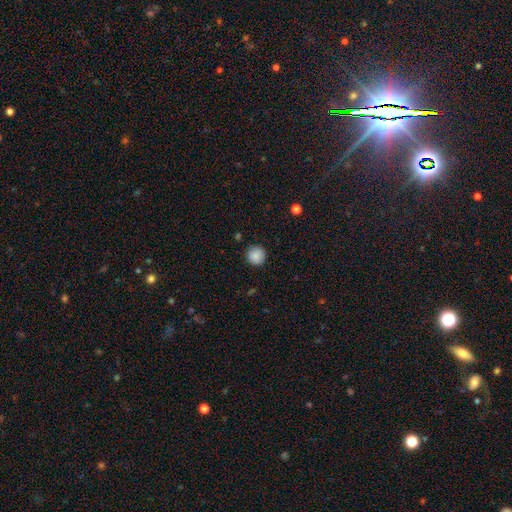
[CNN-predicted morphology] Smooth or featured? smooth (87%)
How rounded? round (95%)
Merging? none (89%)